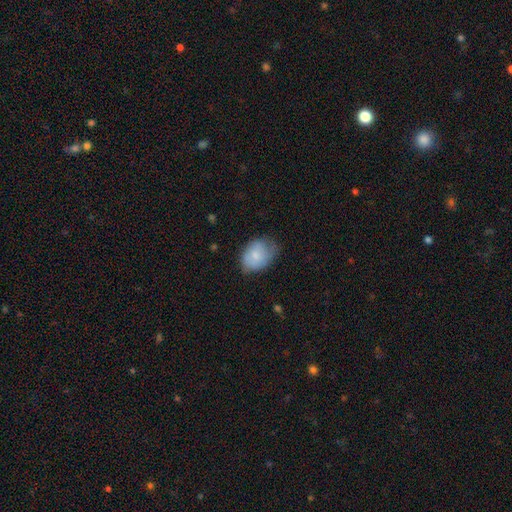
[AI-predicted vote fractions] Overall: smooth (75%). How rounded: in between (73%). Merging: none (54%; minor disturbance 36%).